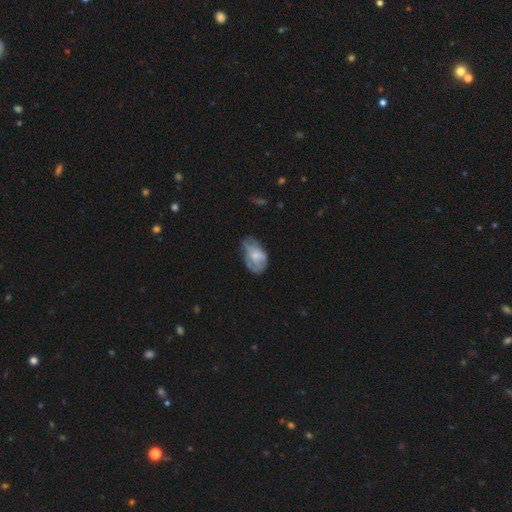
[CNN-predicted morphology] Smooth or featured?
  - smooth: 54% *
  - featured or disk: 38%
  - star or artifact: 8%
How rounded?
  - in between: 88% *
  - round: 11%
  - cigar-shaped: 2%
Merging?
  - minor disturbance: 38% *
  - none: 36%
  - major disturbance: 24%
  - merger: 2%